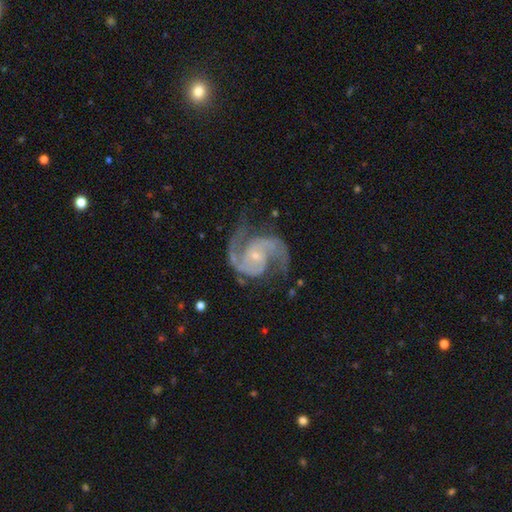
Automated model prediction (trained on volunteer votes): featured or disk 93%, star or artifact 4%, smooth 3%. Down the decision tree: edge-on disk — no (98%); bar — no (60%); spiral arms — yes (98%); spiral arm count — 2 (92%); spiral winding — medium (63%); bulge size — small (77%); merging — none (74%).